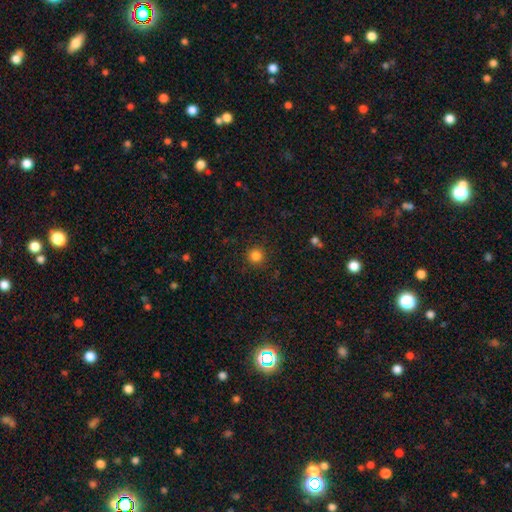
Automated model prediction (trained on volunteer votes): Q: Smooth or featured?
A: smooth (84%); runner-up: star or artifact (12%)
Q: How rounded?
A: round (95%); runner-up: in between (4%)
Q: Merging?
A: none (91%); runner-up: minor disturbance (6%)